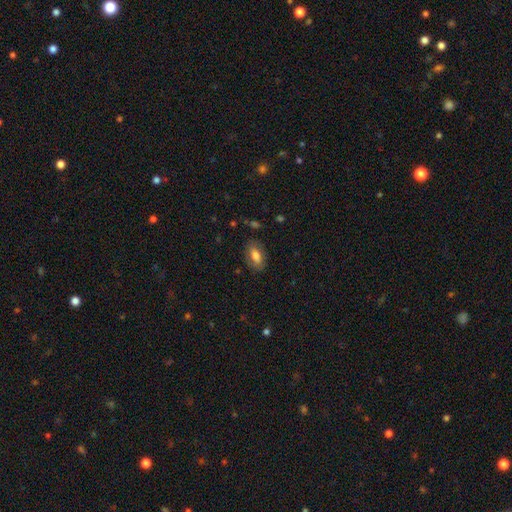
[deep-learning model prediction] Smooth or featured: smooth — 76% (featured or disk — 16%)
How rounded: in between — 88% (cigar-shaped — 7%)
Merging: none — 81% (minor disturbance — 14%)